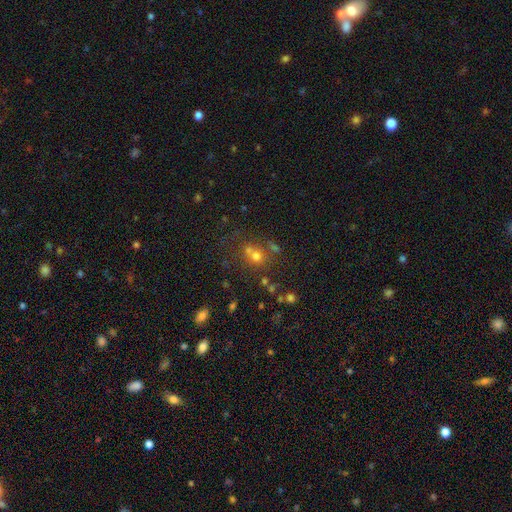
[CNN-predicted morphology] Smooth or featured? smooth (62%)
How rounded? round (73%)
Merging? none (50%)